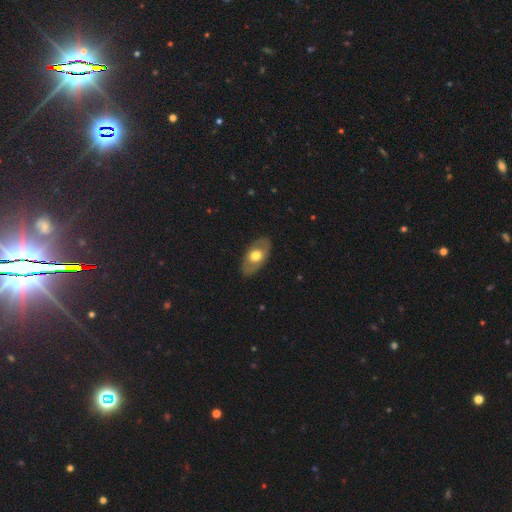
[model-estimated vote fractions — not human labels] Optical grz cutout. It shows a smooth galaxy with no disk features (53%) that is in between round and cigar-shaped (89%). Merging: none (85%).